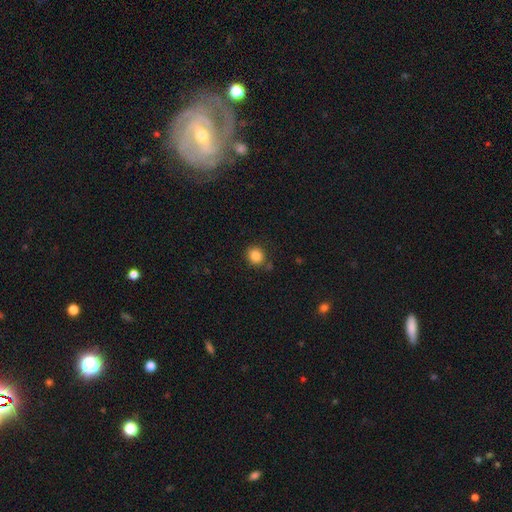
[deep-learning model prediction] Q: Smooth or featured?
A: smooth (85%); runner-up: star or artifact (11%)
Q: How rounded?
A: round (83%); runner-up: in between (16%)
Q: Merging?
A: none (81%); runner-up: minor disturbance (11%)